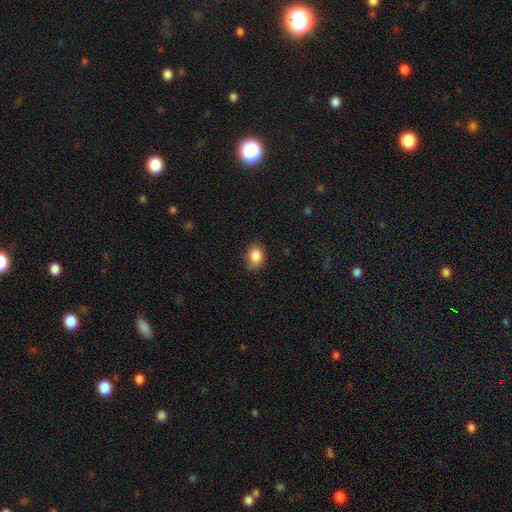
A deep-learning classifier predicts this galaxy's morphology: smooth-or-featured: smooth: 86% | star or artifact: 9% | featured or disk: 6%
  how-rounded: in between: 62% | round: 37% | cigar-shaped: 1%
  merging: none: 75% | minor disturbance: 20% | major disturbance: 4% | merger: 1%